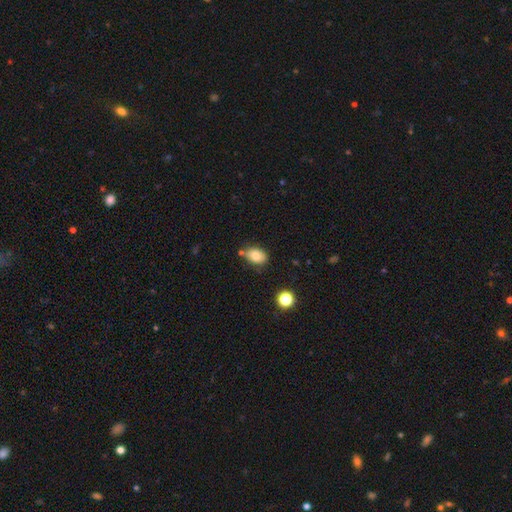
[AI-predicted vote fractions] A smooth galaxy with no disk features (79%) that is in between round and cigar-shaped (78%).

Vote fractions:
- Smooth or featured? smooth: 79% / featured or disk: 11% / star or artifact: 10%
- How rounded? in between: 78% / round: 20% / cigar-shaped: 1%
- Merging? none: 70% / minor disturbance: 18% / merger: 9% / major disturbance: 4%